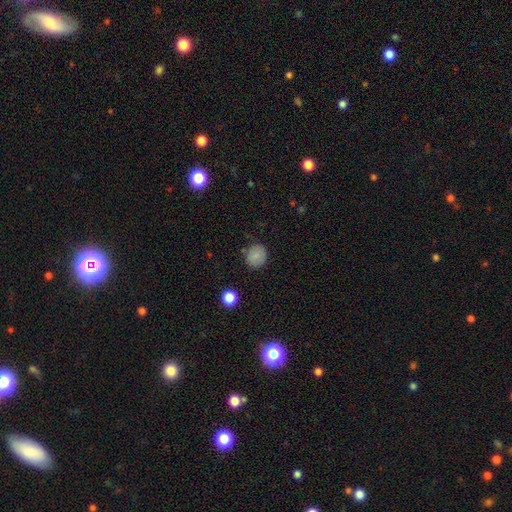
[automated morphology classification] smooth_or_featured: smooth (p=0.82) [alt: star or artifact p=0.10]
how_rounded: round (p=0.81) [alt: in between p=0.18]
merging: none (p=0.84) [alt: minor disturbance p=0.11]